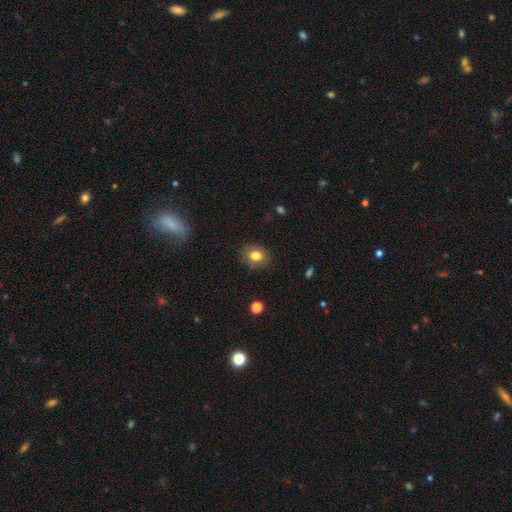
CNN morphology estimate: Overall: smooth (80%). How rounded: round (52%; in between 47%). Merging: none (82%).